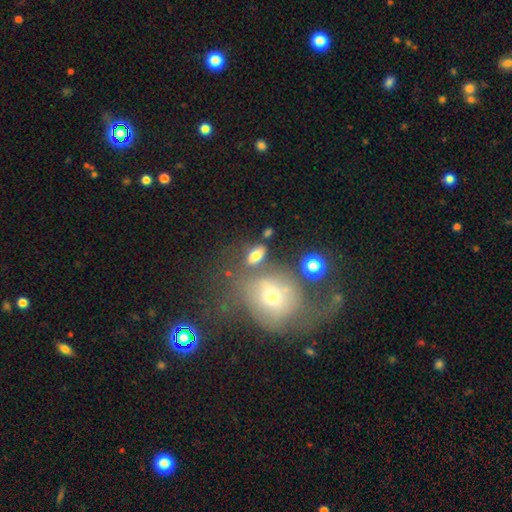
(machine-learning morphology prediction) The model was most divided on "merging": none: 64%, minor disturbance: 15%, merger: 14%, major disturbance: 7%. More confident: how rounded — in between (80%); smooth or featured — smooth (73%).